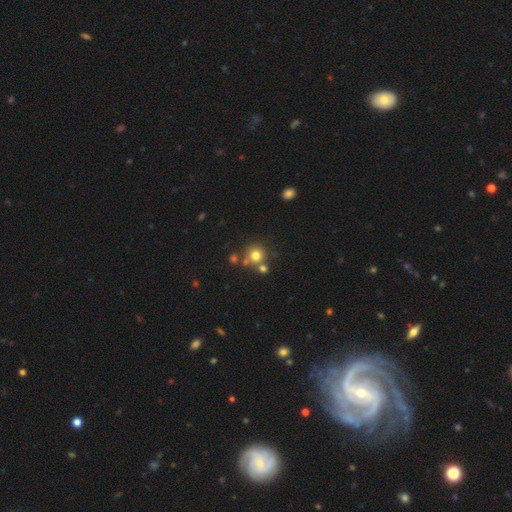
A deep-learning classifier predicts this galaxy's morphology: A smooth galaxy with no disk features (75%) that is round (89%).

Vote fractions:
- Smooth or featured? smooth: 75% / star or artifact: 14% / featured or disk: 10%
- How rounded? round: 89% / in between: 10% / cigar-shaped: 1%
- Merging? none: 64% / merger: 22% / minor disturbance: 10% / major disturbance: 4%